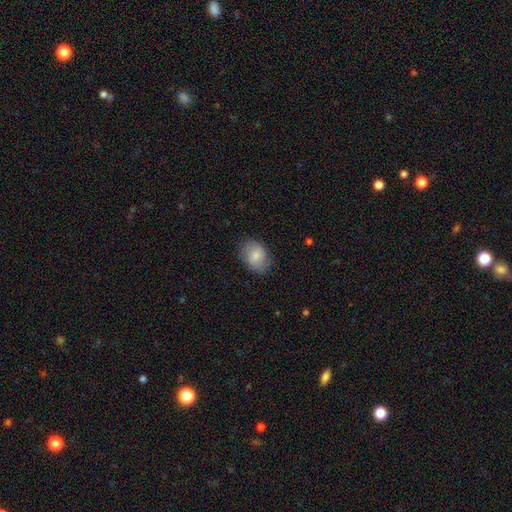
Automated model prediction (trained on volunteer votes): Morphology: type=smooth (78%); roundness=in between (73%); merging=none (78%).